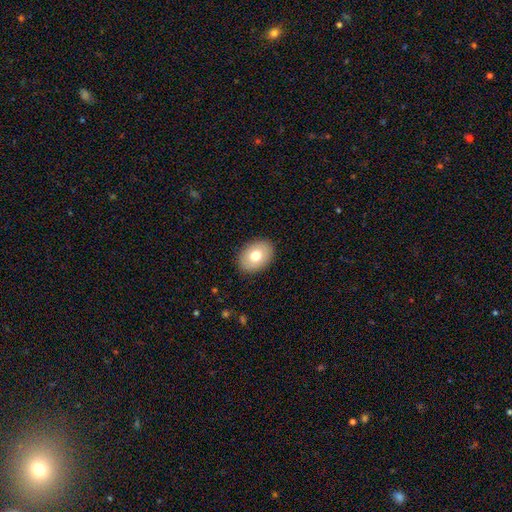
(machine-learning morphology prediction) smooth_or_featured: smooth (p=0.74) [alt: featured or disk p=0.19]
how_rounded: in between (p=0.74) [alt: round p=0.25]
merging: none (p=0.89) [alt: minor disturbance p=0.08]